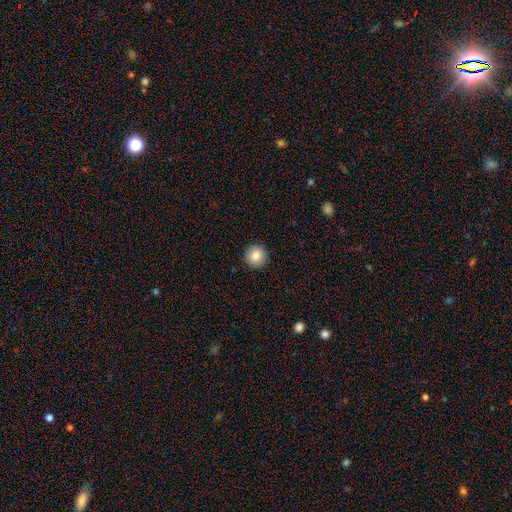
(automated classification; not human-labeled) Smooth or featured? Predicted: smooth (p=0.84). How rounded? Predicted: round (p=0.96). Merging? Predicted: none (p=0.93).